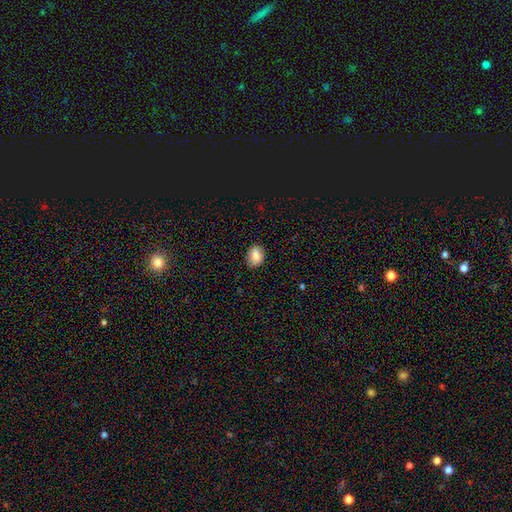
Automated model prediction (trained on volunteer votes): This appears to be a smooth galaxy with no disk features (85%) that is in between round and cigar-shaped (65%). Merging: none (85%).